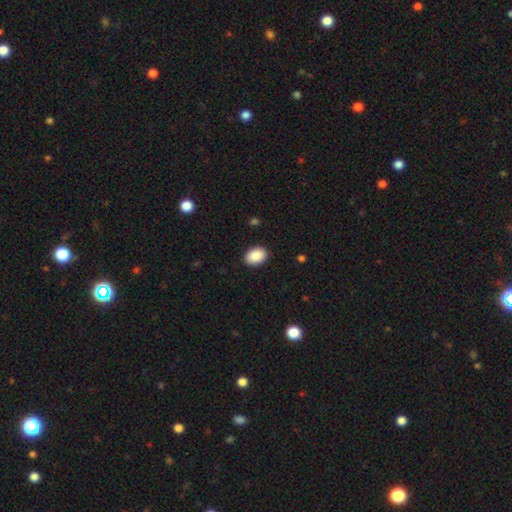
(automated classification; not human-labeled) Overall: smooth (90%). How rounded: in between (80%). Merging: none (90%).